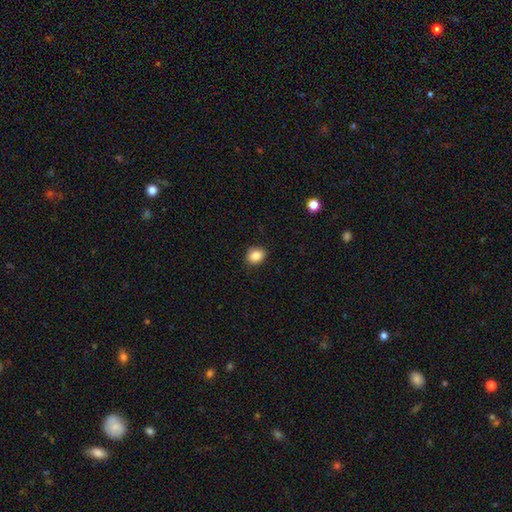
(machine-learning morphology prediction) The model was most divided on "how rounded": round: 50%, in between: 49%, cigar-shaped: 1%. More confident: smooth or featured — smooth (86%); merging — none (86%).